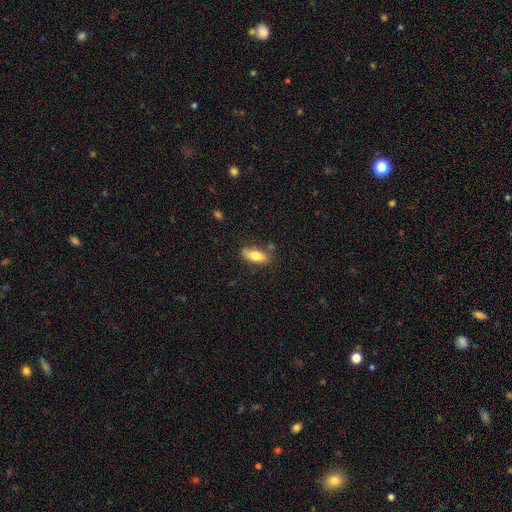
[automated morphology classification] smooth 78%, featured or disk 15%, star or artifact 7%. Down the decision tree: how rounded — in between (81%); merging — none (74%).